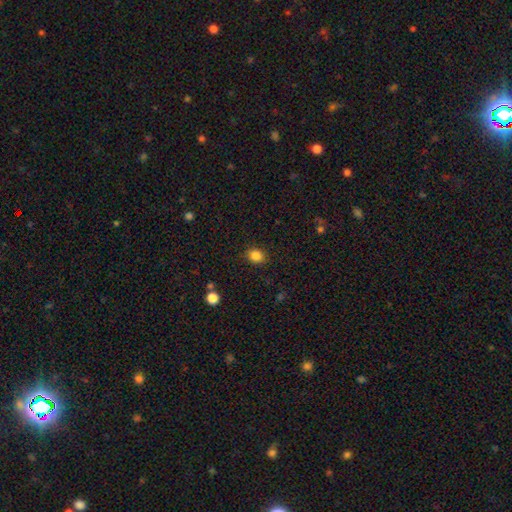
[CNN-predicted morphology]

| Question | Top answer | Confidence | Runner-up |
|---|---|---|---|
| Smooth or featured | smooth | 85% | star or artifact (11%) |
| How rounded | round | 62% | in between (37%) |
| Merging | none | 86% | minor disturbance (10%) |